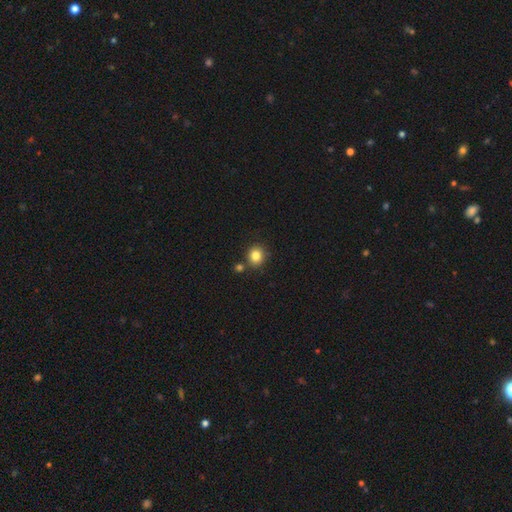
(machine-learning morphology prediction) Smooth or featured? smooth (83%)
How rounded? round (82%)
Merging? none (77%)